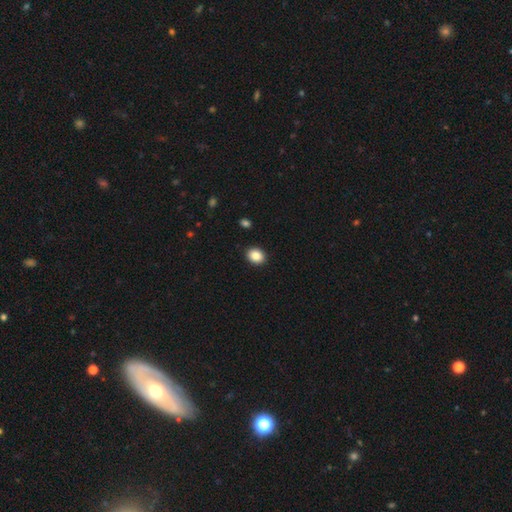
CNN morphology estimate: type=smooth (87%); roundness=round (51%); merging=none (91%).